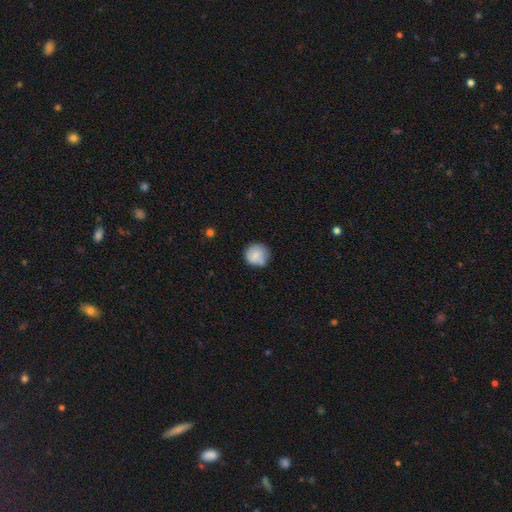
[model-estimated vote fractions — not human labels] smooth 76%, featured or disk 17%, star or artifact 7%. Down the decision tree: how rounded — round (88%); merging — none (67%).